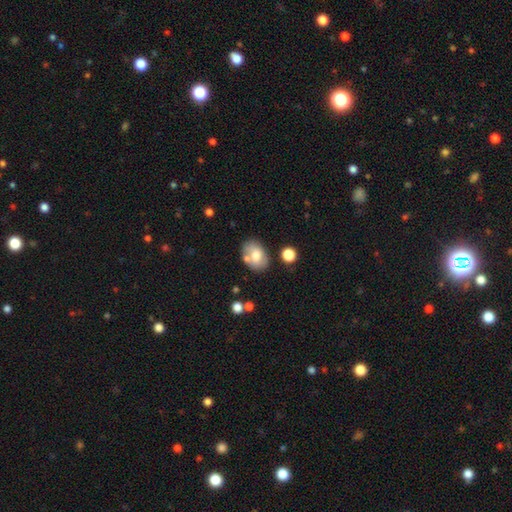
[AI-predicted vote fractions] smooth-or-featured: smooth: 70% | featured or disk: 21% | star or artifact: 8%
  how-rounded: in between: 75% | round: 23% | cigar-shaped: 1%
  merging: none: 68% | minor disturbance: 16% | merger: 12% | major disturbance: 4%